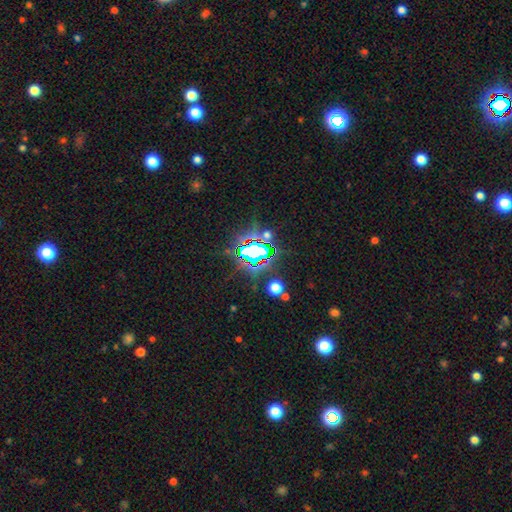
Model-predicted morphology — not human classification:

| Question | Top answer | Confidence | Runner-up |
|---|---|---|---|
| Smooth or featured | star or artifact | 81% | smooth (11%) |